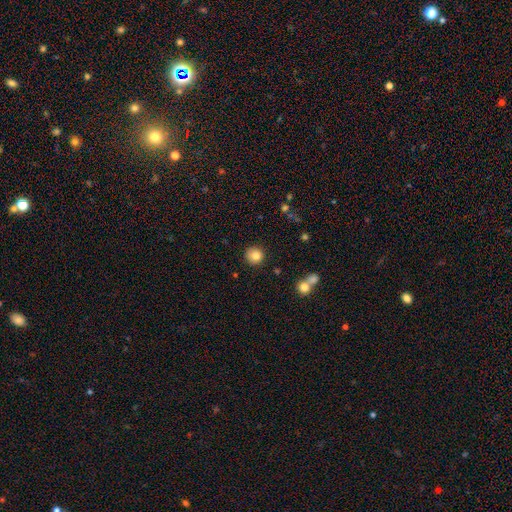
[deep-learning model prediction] Overall: smooth (83%). How rounded: round (93%). Merging: none (87%).